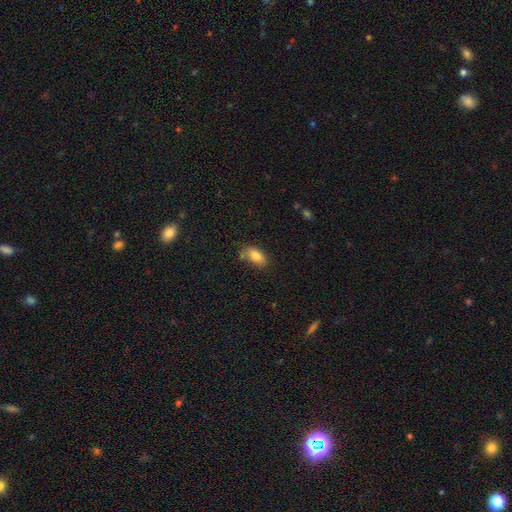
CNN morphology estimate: Smooth or featured: smooth — 83% (featured or disk — 9%)
How rounded: in between — 91% (round — 5%)
Merging: none — 70% (minor disturbance — 18%)